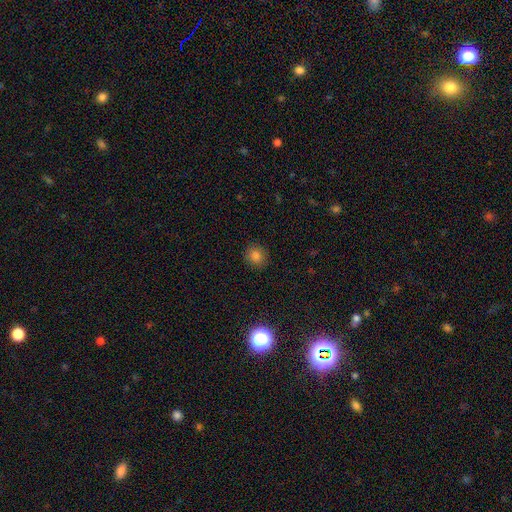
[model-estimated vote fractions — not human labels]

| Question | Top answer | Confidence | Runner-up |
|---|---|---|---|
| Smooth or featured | smooth | 81% | star or artifact (14%) |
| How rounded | round | 86% | in between (13%) |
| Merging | none | 89% | minor disturbance (7%) |